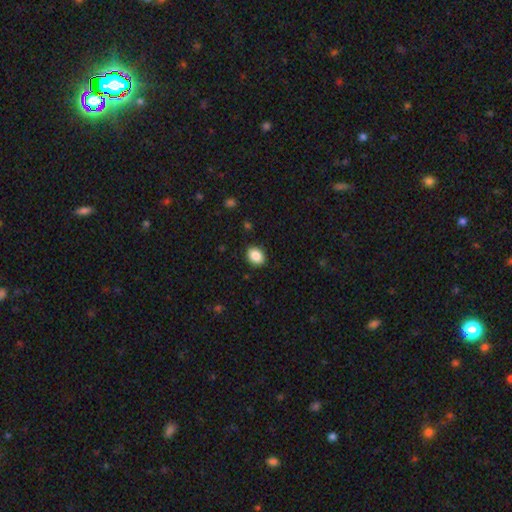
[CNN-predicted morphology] Overall: smooth (87%). How rounded: in between (65%; round 34%). Merging: none (89%).